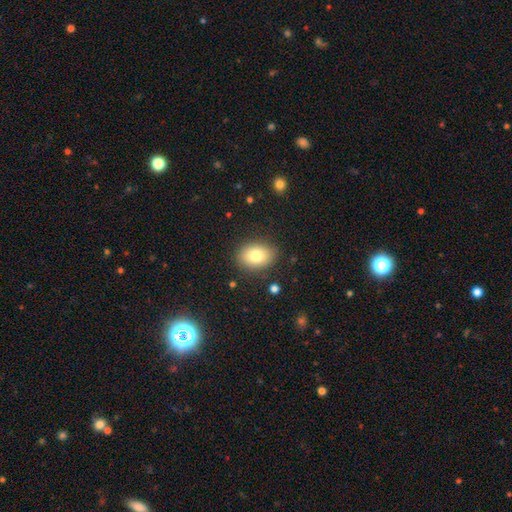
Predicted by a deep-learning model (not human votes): Smooth or featured?
  - smooth: 79% *
  - featured or disk: 12%
  - star or artifact: 9%
How rounded?
  - in between: 74% *
  - round: 25%
  - cigar-shaped: 1%
Merging?
  - none: 85% *
  - minor disturbance: 11%
  - major disturbance: 3%
  - merger: 1%